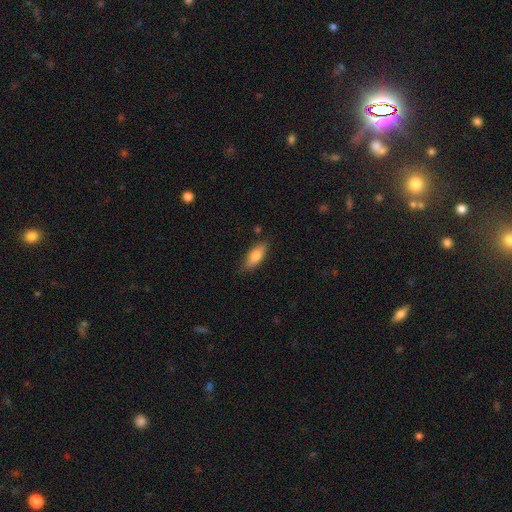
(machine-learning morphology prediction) smooth_or_featured: smooth (p=0.75) [alt: featured or disk p=0.18]
how_rounded: in between (p=0.69) [alt: cigar-shaped p=0.29]
merging: none (p=0.81) [alt: minor disturbance p=0.14]